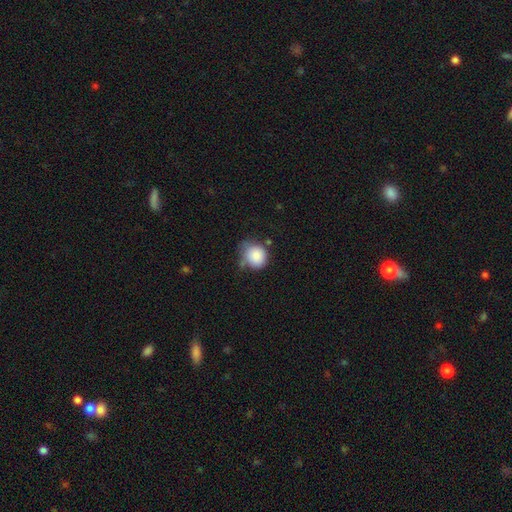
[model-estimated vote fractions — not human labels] This appears to be a smooth galaxy with no disk features (85%) that is round (74%). Merging: none (48%).